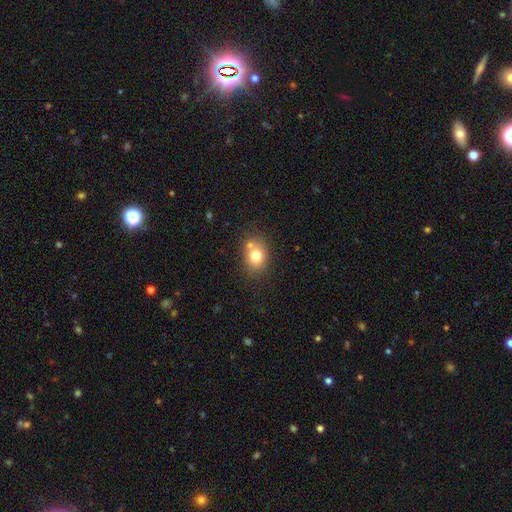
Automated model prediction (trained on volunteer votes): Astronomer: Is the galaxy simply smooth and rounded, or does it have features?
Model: smooth — 76%.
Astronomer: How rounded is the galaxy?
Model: in between — 51% (runner-up: round, 48%).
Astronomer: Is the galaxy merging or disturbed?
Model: none — 62%.